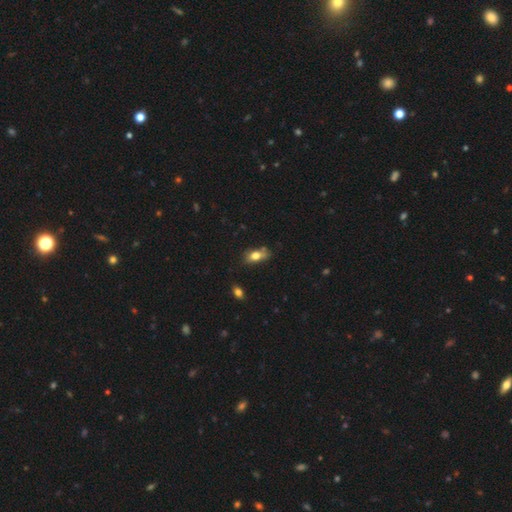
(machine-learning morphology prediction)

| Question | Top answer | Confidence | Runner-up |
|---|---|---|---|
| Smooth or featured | smooth | 75% | featured or disk (17%) |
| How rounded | in between | 85% | cigar-shaped (8%) |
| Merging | none | 52% | minor disturbance (32%) |